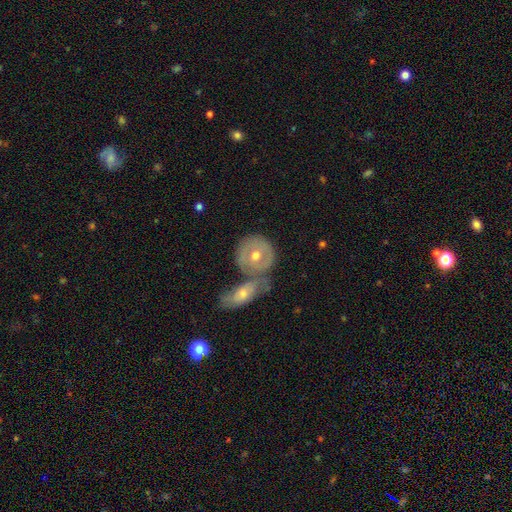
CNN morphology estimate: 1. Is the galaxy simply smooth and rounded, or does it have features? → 51% featured or disk, 44% smooth, 6% star or artifact.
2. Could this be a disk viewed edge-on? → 91% no, 9% yes.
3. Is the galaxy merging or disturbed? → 48% none, 36% merger, 11% minor disturbance, 5% major disturbance.